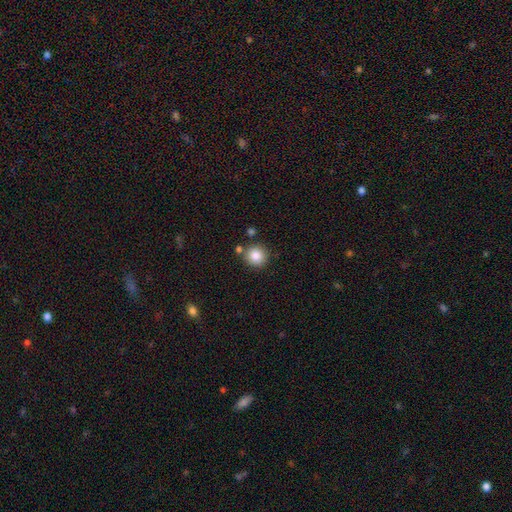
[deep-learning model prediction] Q: Smooth or featured?
A: smooth (85%); runner-up: star or artifact (9%)
Q: How rounded?
A: round (93%); runner-up: in between (7%)
Q: Merging?
A: none (80%); runner-up: minor disturbance (9%)